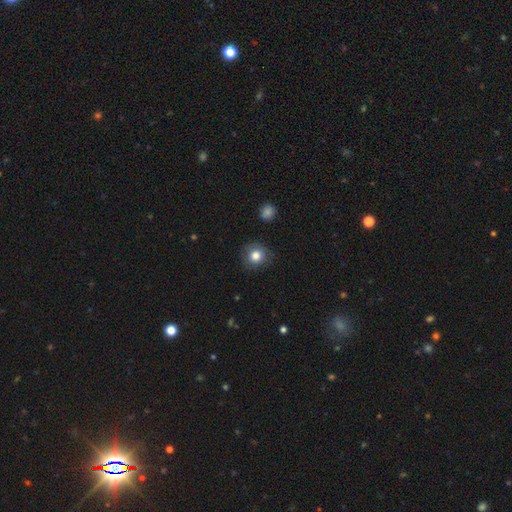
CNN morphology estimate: smooth_or_featured: smooth (p=0.79) [alt: featured or disk p=0.11]
how_rounded: round (p=0.88) [alt: in between p=0.11]
merging: none (p=0.81) [alt: minor disturbance p=0.14]